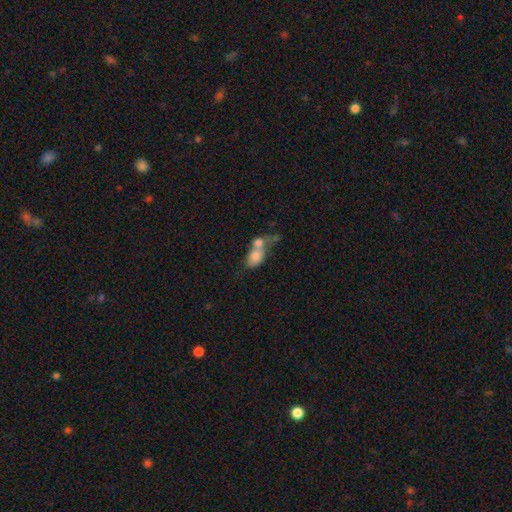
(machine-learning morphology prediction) Smooth or featured: smooth — 71% (featured or disk — 20%)
How rounded: in between — 69% (round — 28%)
Merging: merger — 70% (none — 14%)